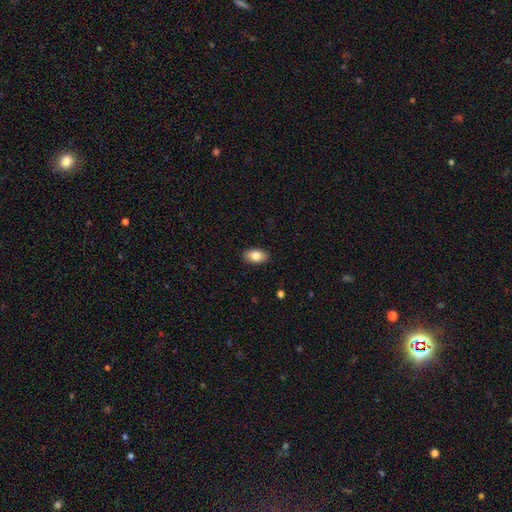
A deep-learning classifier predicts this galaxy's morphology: Smooth or featured?
  - smooth: 84% *
  - featured or disk: 9%
  - star or artifact: 7%
How rounded?
  - in between: 91% *
  - round: 7%
  - cigar-shaped: 2%
Merging?
  - none: 89% *
  - minor disturbance: 8%
  - major disturbance: 2%
  - merger: 1%